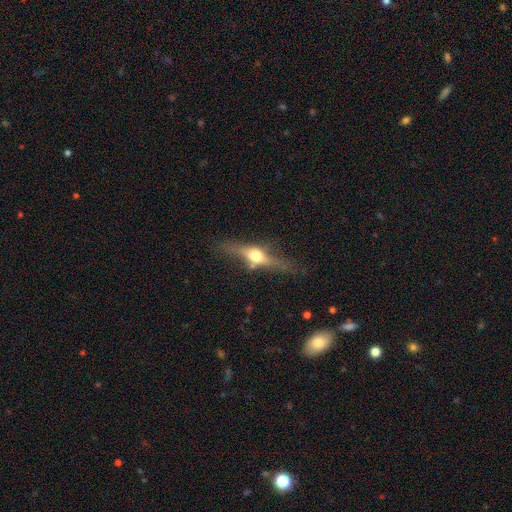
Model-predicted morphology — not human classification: Q: Smooth or featured?
A: featured or disk (70%); runner-up: smooth (23%)
Q: Edge-on disk?
A: yes (93%); runner-up: no (7%)
Q: Edge-on bulge?
A: rounded (96%); runner-up: boxy (3%)
Q: Merging?
A: none (76%); runner-up: minor disturbance (15%)